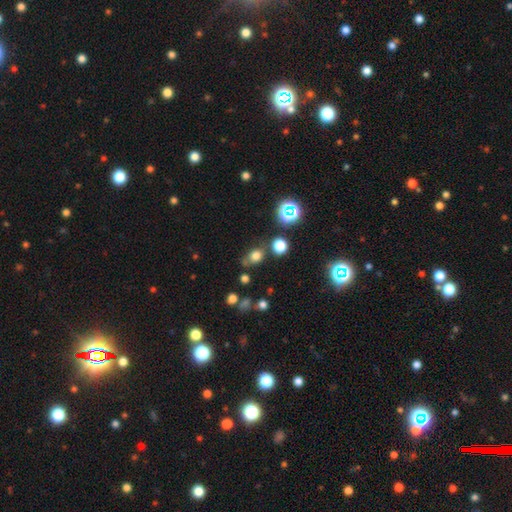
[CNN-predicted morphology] smooth-or-featured: smooth: 70% | star or artifact: 21% | featured or disk: 8%
  how-rounded: round: 58% | in between: 41% | cigar-shaped: 2%
  merging: none: 61% | minor disturbance: 19% | merger: 12% | major disturbance: 7%